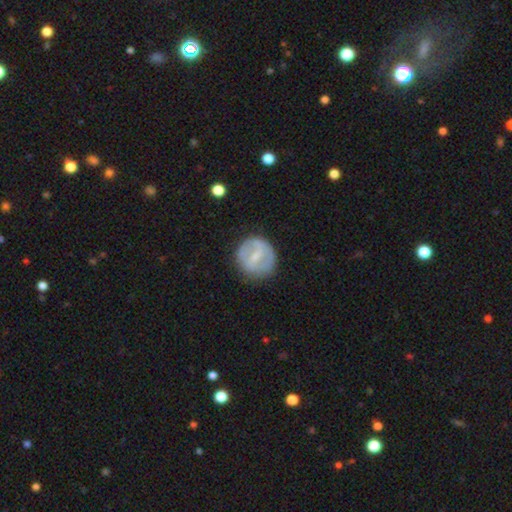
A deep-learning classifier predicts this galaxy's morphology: Smooth or featured: featured or disk — 52% (smooth — 42%)
Edge-on disk: no — 96% (yes — 4%)
Merging: none — 78% (minor disturbance — 15%)